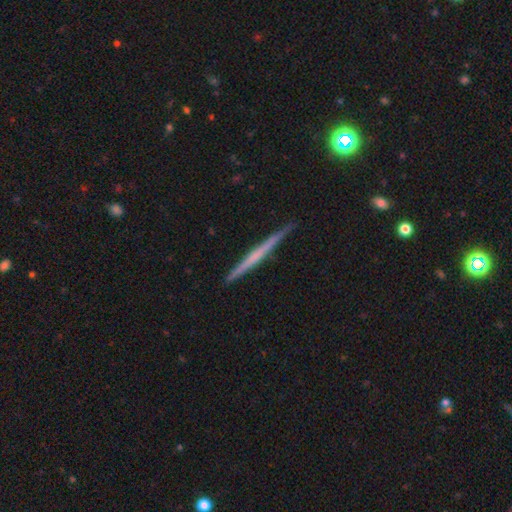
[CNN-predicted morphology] smooth-or-featured: featured or disk: 60% | smooth: 34% | star or artifact: 6%
  disk-edge-on: yes: 98% | no: 2%
    edge-on-bulge: none: 79% | rounded: 15% | boxy: 7%
  merging: none: 90% | minor disturbance: 7% | major disturbance: 1% | merger: 1%